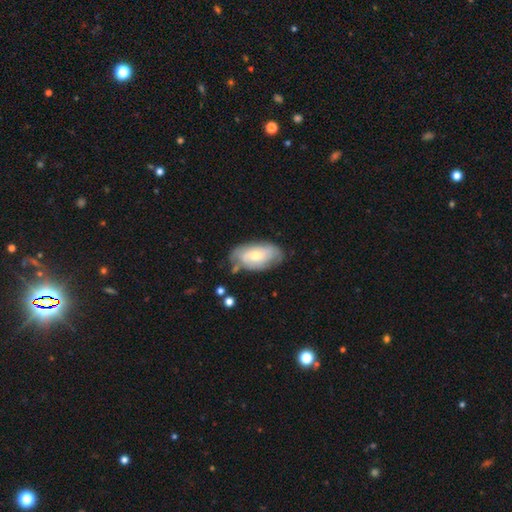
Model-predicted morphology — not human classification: A smooth galaxy with no disk features (50%) that is in between round and cigar-shaped (93%).

Vote fractions:
- Smooth or featured? smooth: 50% / featured or disk: 44% / star or artifact: 6%
- How rounded? in between: 93% / round: 4% / cigar-shaped: 3%
- Merging? none: 63% / minor disturbance: 26% / major disturbance: 7% / merger: 4%